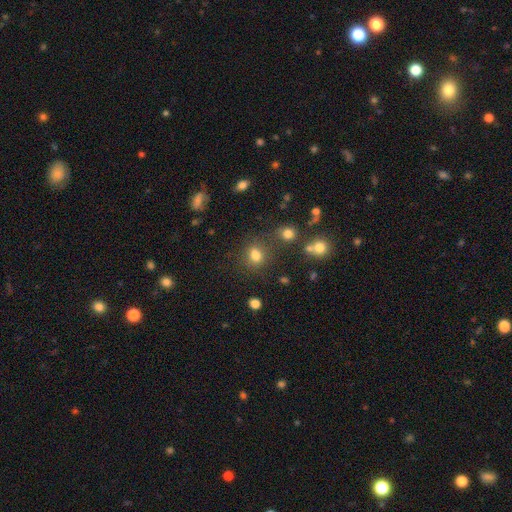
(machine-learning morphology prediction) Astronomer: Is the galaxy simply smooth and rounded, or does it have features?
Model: smooth — 78%.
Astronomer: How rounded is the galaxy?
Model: round — 57% (runner-up: in between, 42%).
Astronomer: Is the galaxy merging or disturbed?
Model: none — 69%.